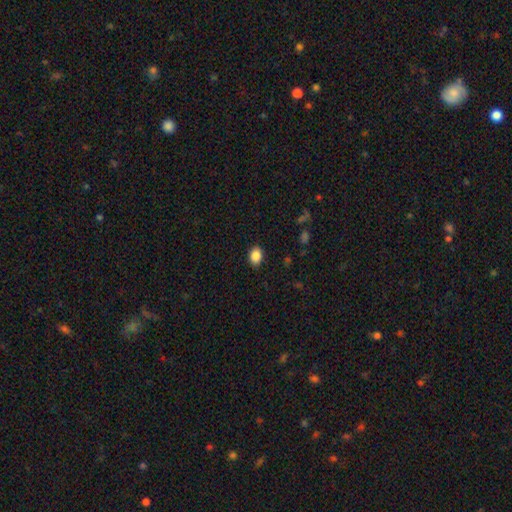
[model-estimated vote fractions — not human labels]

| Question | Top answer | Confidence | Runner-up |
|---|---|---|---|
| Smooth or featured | smooth | 88% | star or artifact (9%) |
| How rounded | in between | 70% | round (29%) |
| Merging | none | 88% | minor disturbance (9%) |